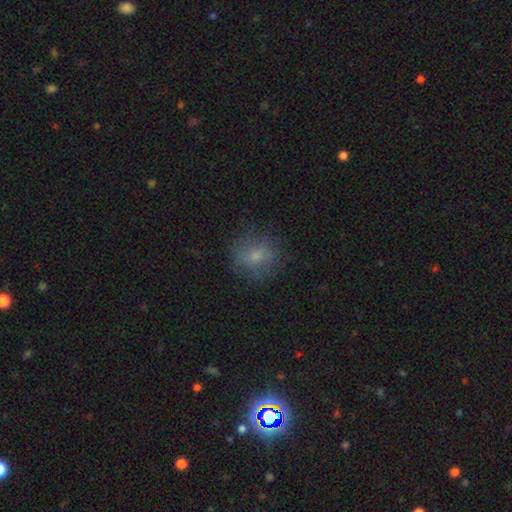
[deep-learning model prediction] smooth_or_featured: smooth (p=0.65) [alt: featured or disk p=0.22]
how_rounded: round (p=0.73) [alt: in between p=0.26]
merging: none (p=0.74) [alt: minor disturbance p=0.17]